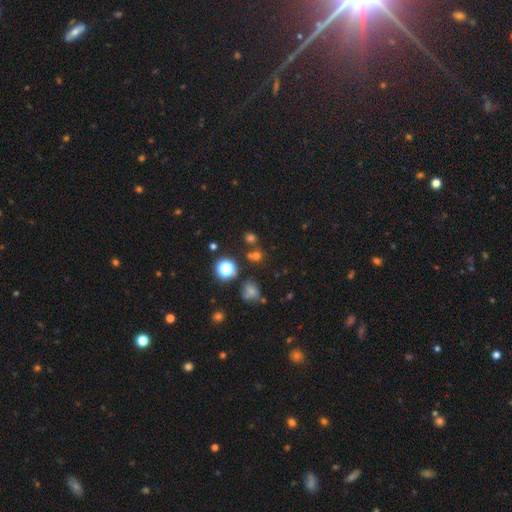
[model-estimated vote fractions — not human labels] Q: Smooth or featured?
A: smooth (58%); runner-up: star or artifact (34%)
Q: How rounded?
A: round (84%); runner-up: in between (15%)
Q: Merging?
A: none (67%); runner-up: merger (20%)